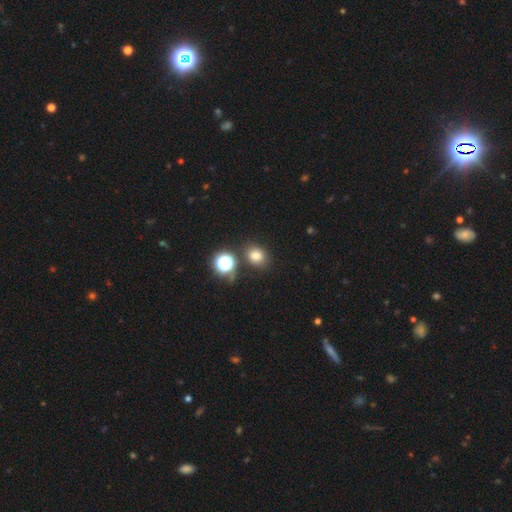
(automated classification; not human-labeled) Smooth or featured?
  - smooth: 74% *
  - star or artifact: 18%
  - featured or disk: 7%
How rounded?
  - round: 60% *
  - in between: 39%
  - cigar-shaped: 1%
Merging?
  - none: 78% *
  - minor disturbance: 11%
  - merger: 7%
  - major disturbance: 4%